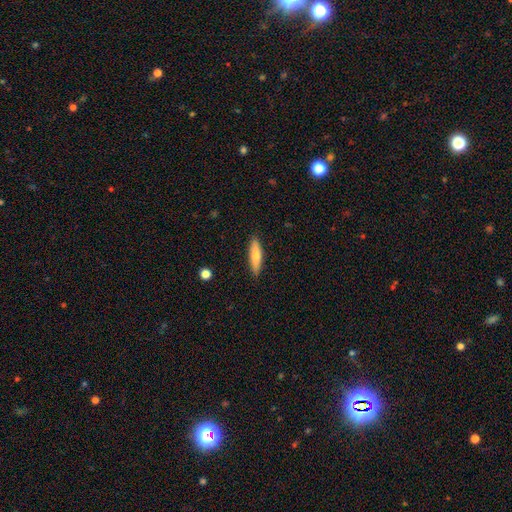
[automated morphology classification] This is likely a smooth galaxy (74%). How rounded: likely cigar-shaped (73%). Merging: clearly none (88%).